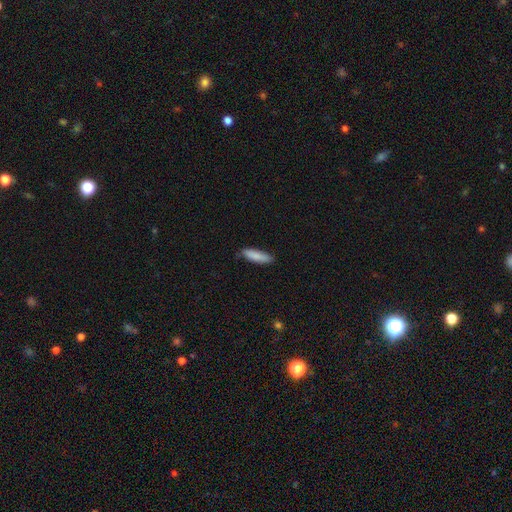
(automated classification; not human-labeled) This is clearly a smooth galaxy (86%). How rounded: likely cigar-shaped (66%). Merging: clearly none (81%).